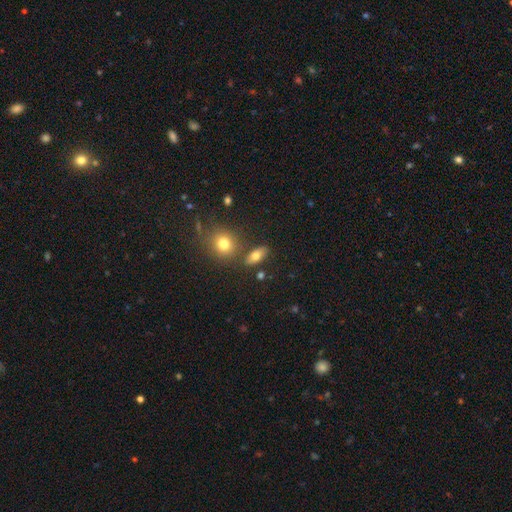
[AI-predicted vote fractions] Q: Smooth or featured?
A: smooth (72%); runner-up: featured or disk (17%)
Q: How rounded?
A: in between (76%); runner-up: cigar-shaped (13%)
Q: Merging?
A: none (78%); runner-up: minor disturbance (11%)